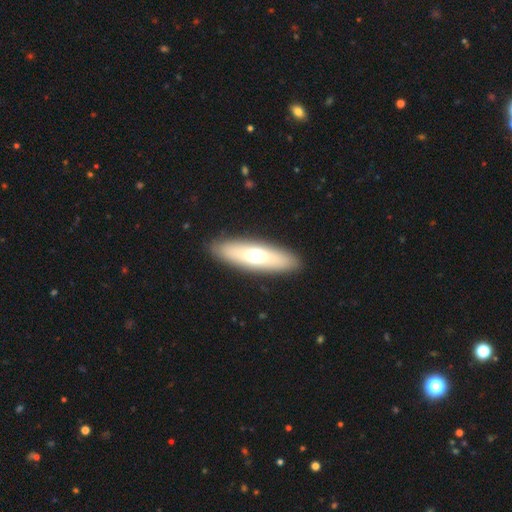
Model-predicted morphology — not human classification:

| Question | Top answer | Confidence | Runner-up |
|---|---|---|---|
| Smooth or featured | smooth | 59% | featured or disk (36%) |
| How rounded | cigar-shaped | 59% | in between (39%) |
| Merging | none | 90% | minor disturbance (7%) |